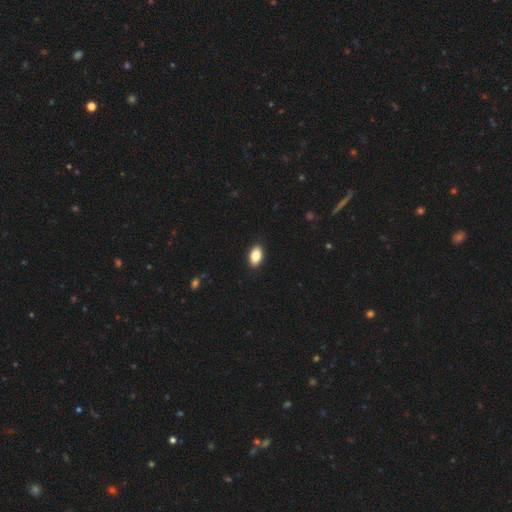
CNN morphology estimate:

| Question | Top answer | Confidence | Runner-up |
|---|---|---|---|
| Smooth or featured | smooth | 84% | featured or disk (8%) |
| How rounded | in between | 92% | round (6%) |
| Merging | none | 91% | minor disturbance (7%) |